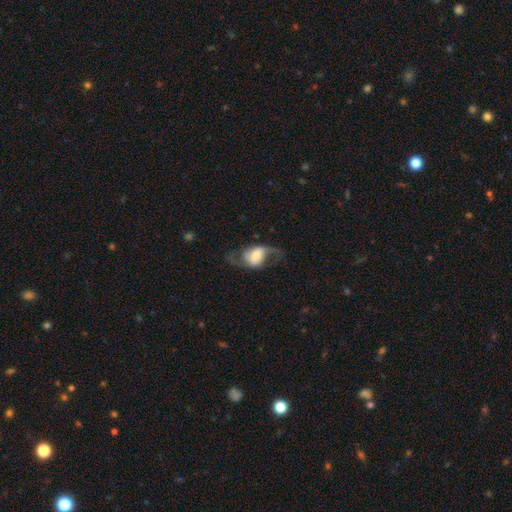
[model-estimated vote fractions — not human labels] Smooth or featured? featured or disk (70%)
Edge-on disk? no (95%)
Bar? no (41%)
Spiral arms? yes (89%)
Spiral winding? loose (68%)
Spiral arm count? 2 (89%)
Bulge size? large (32%)
Merging? none (58%)